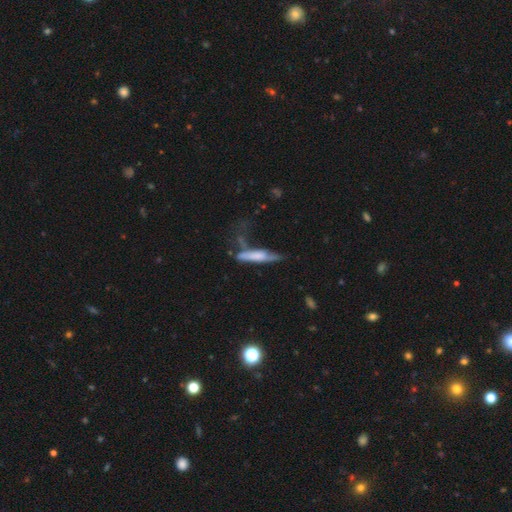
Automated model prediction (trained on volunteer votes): The model was most divided on "merging": none: 36%, minor disturbance: 27%, major disturbance: 23%, merger: 14%. More confident: how rounded — cigar-shaped (79%); smooth or featured — smooth (55%).